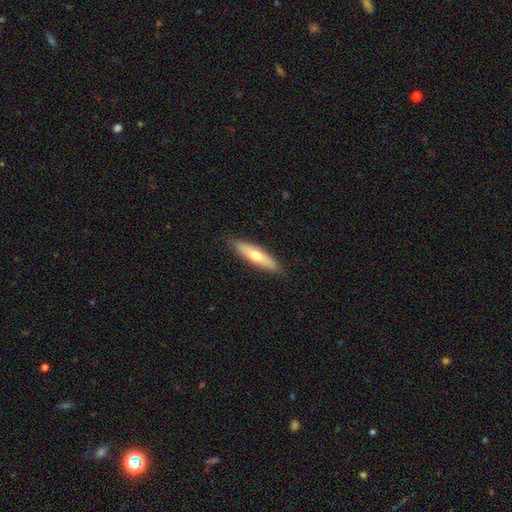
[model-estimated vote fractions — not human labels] Smooth or featured? smooth (55%)
How rounded? cigar-shaped (72%)
Merging? none (88%)